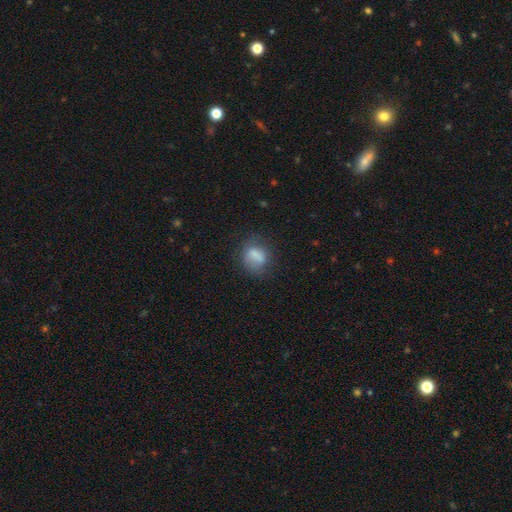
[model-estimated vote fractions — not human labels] Smooth or featured? Predicted: smooth (p=0.72). How rounded? Predicted: in between (p=0.52). Merging? Predicted: none (p=0.56).